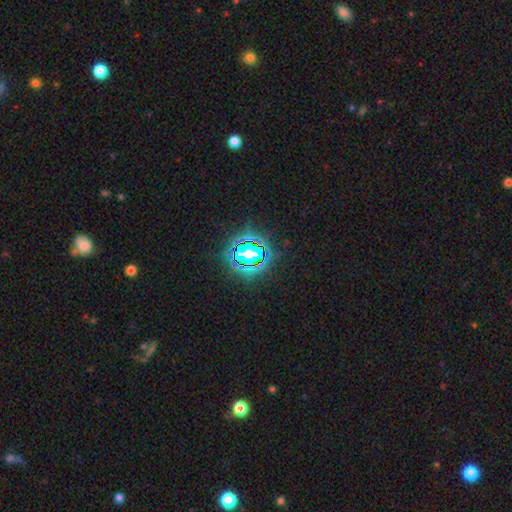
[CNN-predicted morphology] Smooth or featured? Predicted: star or artifact (p=0.79).